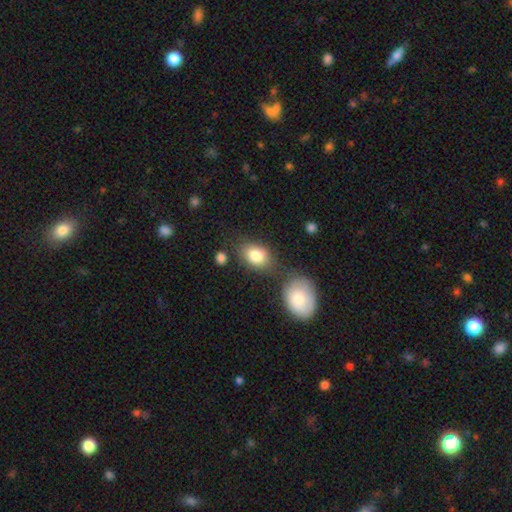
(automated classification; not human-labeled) Smooth or featured?
  - smooth: 83% *
  - featured or disk: 9%
  - star or artifact: 8%
How rounded?
  - in between: 78% *
  - round: 21%
  - cigar-shaped: 1%
Merging?
  - none: 63% *
  - merger: 16%
  - minor disturbance: 16%
  - major disturbance: 5%